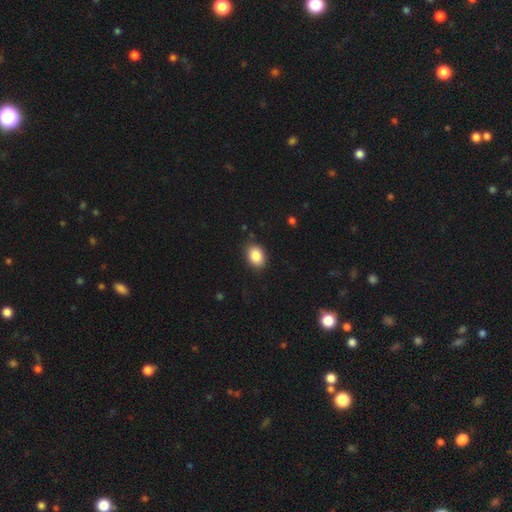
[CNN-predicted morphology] Smooth or featured? smooth (88%)
How rounded? in between (72%)
Merging? none (86%)